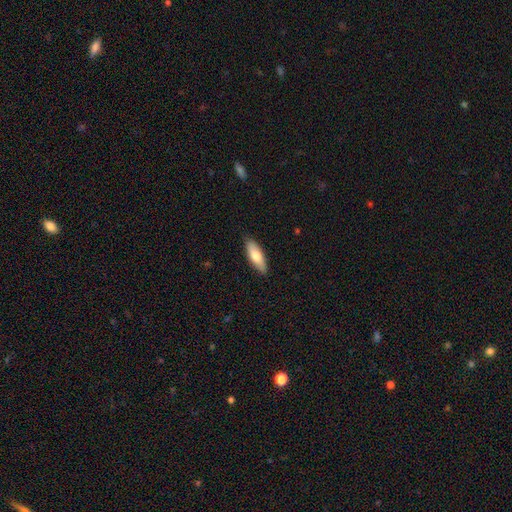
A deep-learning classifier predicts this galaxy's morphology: Smooth or featured? smooth (74%)
How rounded? in between (62%)
Merging? none (85%)